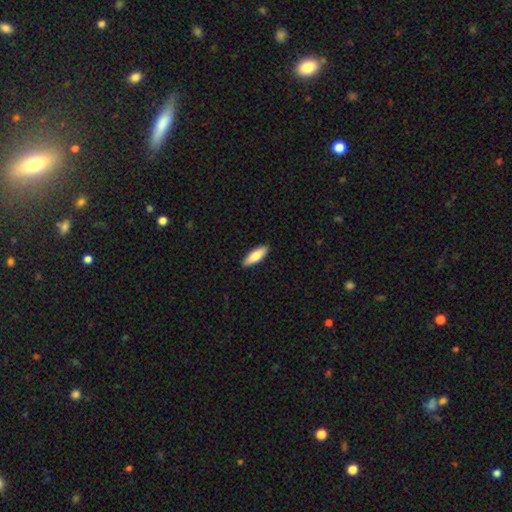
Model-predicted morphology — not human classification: type=smooth (82%); roundness=in between (57%); merging=none (90%).